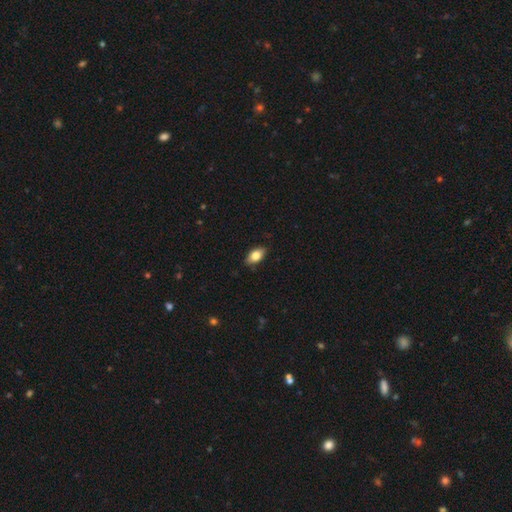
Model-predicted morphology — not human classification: Smooth or featured? Predicted: smooth (p=0.80). How rounded? Predicted: in between (p=0.90). Merging? Predicted: none (p=0.86).